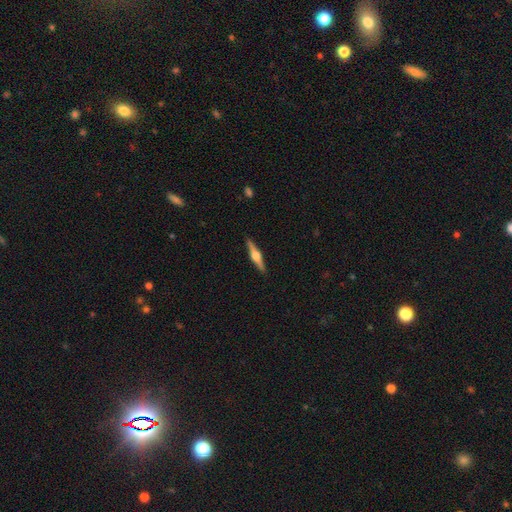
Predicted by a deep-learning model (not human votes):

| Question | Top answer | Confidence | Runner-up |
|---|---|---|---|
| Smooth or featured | featured or disk | 79% | smooth (16%) |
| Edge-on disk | yes | 98% | no (2%) |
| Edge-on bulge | rounded | 92% | boxy (6%) |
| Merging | none | 91% | minor disturbance (6%) |